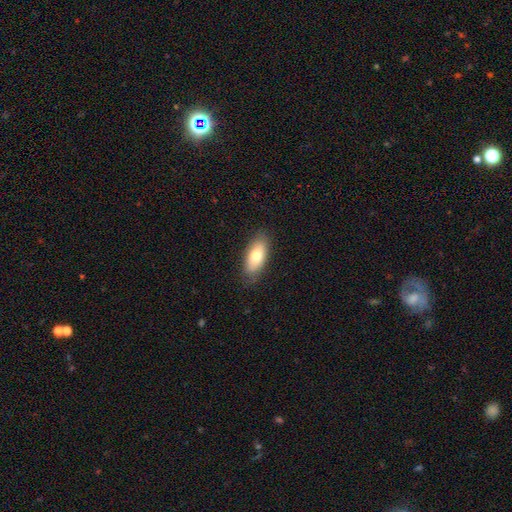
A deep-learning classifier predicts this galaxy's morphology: type=smooth (74%); roundness=in between (87%); merging=none (83%).